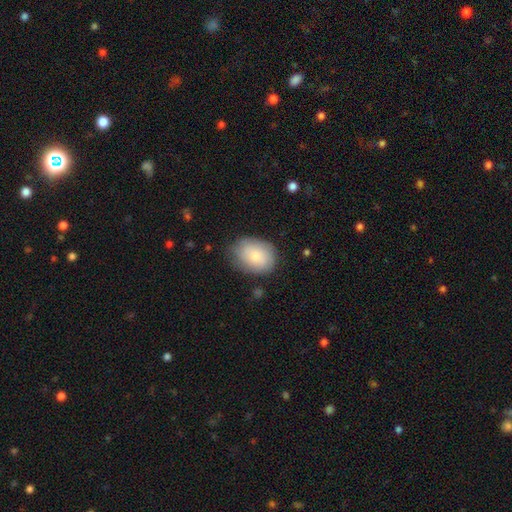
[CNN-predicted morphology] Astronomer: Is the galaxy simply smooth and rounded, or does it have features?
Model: smooth — 77%.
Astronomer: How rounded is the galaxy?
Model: in between — 65%.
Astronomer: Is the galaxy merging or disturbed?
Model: none — 72%.